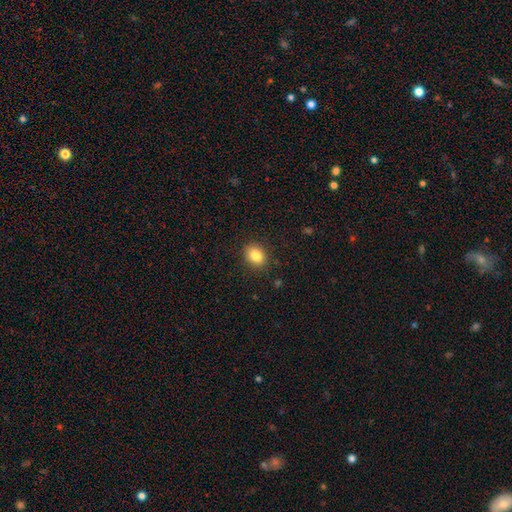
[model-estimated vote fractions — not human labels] Smooth or featured? smooth (84%)
How rounded? round (50%)
Merging? none (88%)